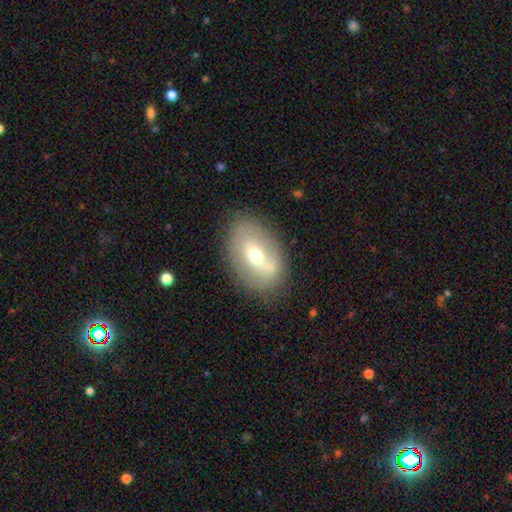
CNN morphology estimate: Smooth or featured? Predicted: featured or disk (p=0.51). Edge-on disk? Predicted: no (p=0.89). Merging? Predicted: none (p=0.77).